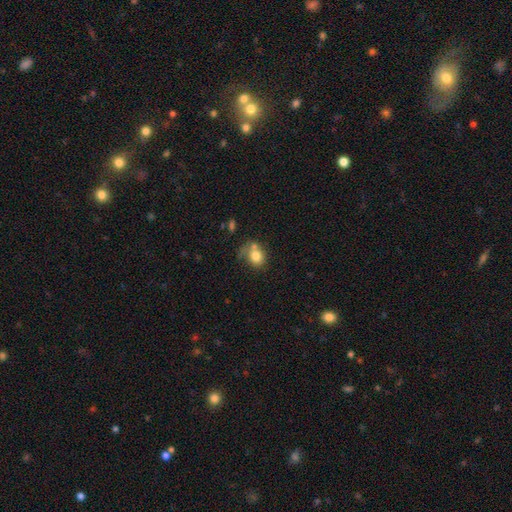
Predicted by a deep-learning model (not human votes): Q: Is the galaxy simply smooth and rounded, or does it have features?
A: smooth — 77%.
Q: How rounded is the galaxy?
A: round — 60%.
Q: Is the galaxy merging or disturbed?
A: none — 40%.